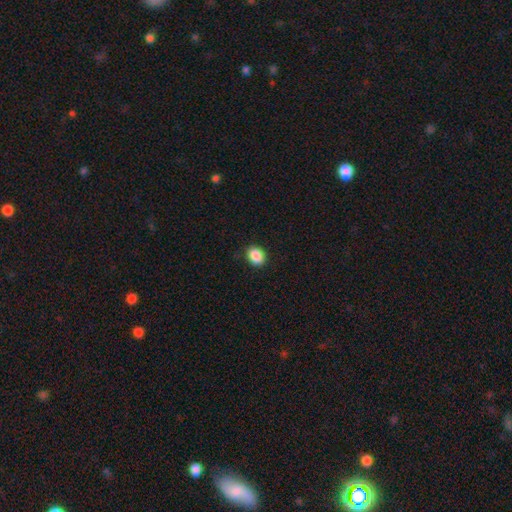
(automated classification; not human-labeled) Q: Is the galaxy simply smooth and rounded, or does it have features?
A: smooth — 89%.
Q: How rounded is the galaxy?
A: round — 55%.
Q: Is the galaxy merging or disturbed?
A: none — 89%.